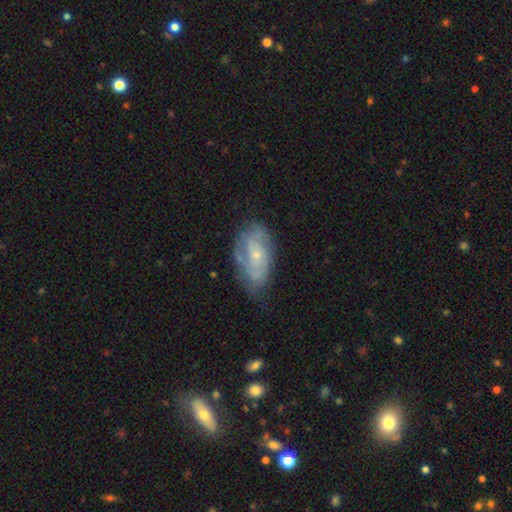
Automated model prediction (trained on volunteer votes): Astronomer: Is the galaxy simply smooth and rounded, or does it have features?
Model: featured or disk — 62%.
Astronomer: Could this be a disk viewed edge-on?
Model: no — 94%.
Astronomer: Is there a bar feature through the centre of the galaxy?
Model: no — 75%.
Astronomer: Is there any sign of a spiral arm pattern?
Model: yes — 71%.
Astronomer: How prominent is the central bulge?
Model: small — 71%.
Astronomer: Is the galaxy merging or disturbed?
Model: none — 59%.